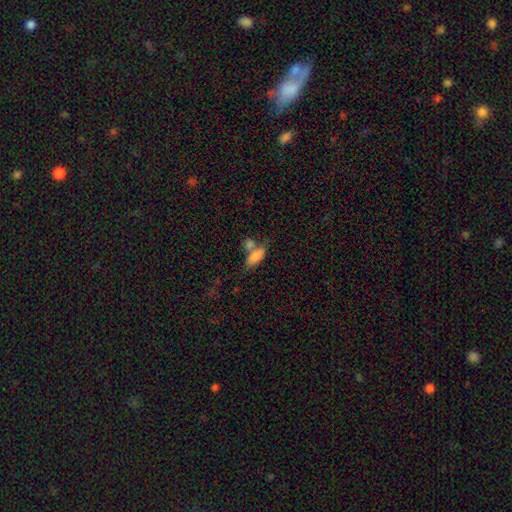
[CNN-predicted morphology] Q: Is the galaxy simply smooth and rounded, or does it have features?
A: smooth — 81%.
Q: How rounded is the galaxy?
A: in between — 83%.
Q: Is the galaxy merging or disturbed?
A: merger — 45%.